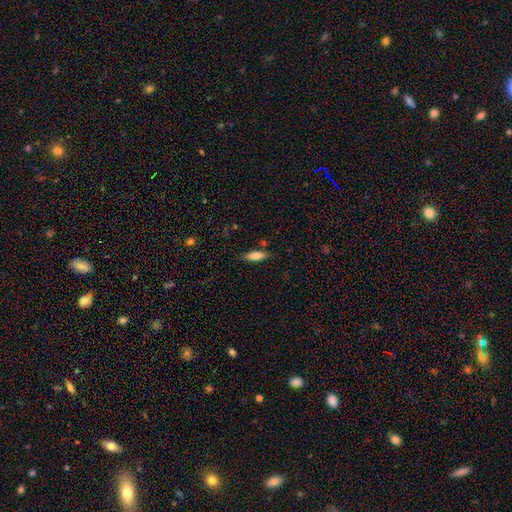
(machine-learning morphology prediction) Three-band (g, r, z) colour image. It shows a smooth galaxy with no disk features (75%) that is in between round and cigar-shaped (53%). Merging: none (81%).